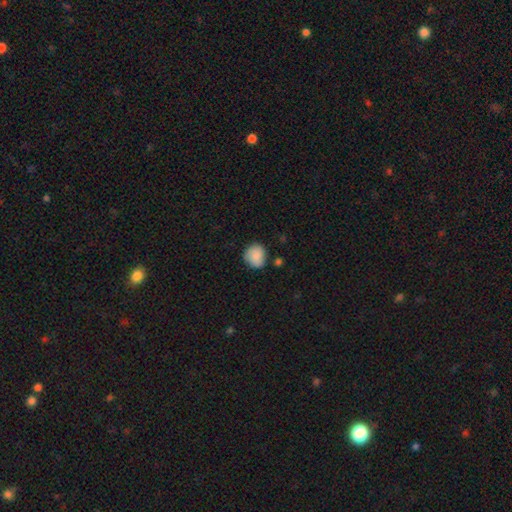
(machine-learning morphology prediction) smooth_or_featured: smooth (p=0.87) [alt: star or artifact p=0.07]
how_rounded: round (p=0.83) [alt: in between p=0.16]
merging: none (p=0.73) [alt: minor disturbance p=0.19]